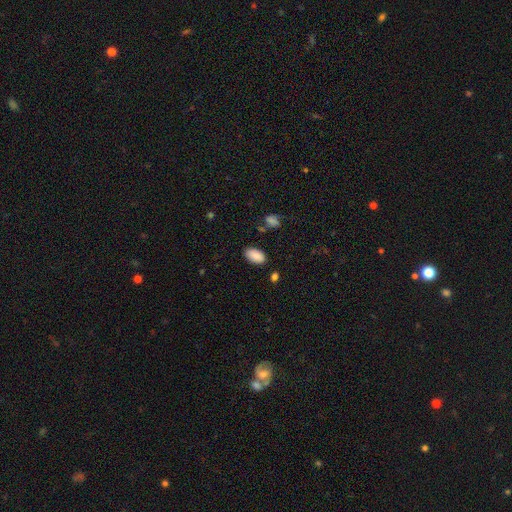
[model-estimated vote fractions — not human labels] A smooth galaxy with no disk features (88%) that is in between round and cigar-shaped (95%). Merging: none (83%).